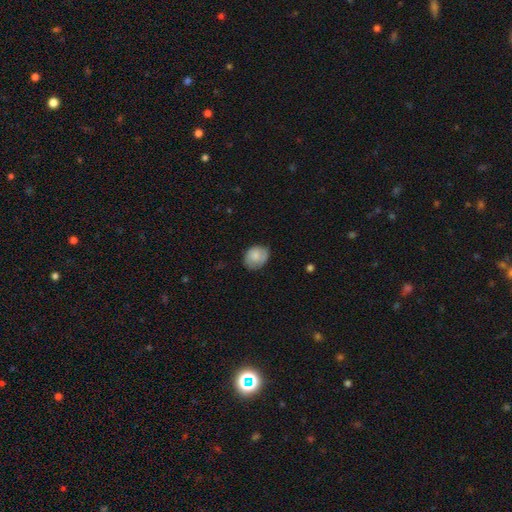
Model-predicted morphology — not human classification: Q: Smooth or featured?
A: smooth (70%); runner-up: featured or disk (23%)
Q: How rounded?
A: round (53%); runner-up: in between (46%)
Q: Merging?
A: none (69%); runner-up: minor disturbance (24%)